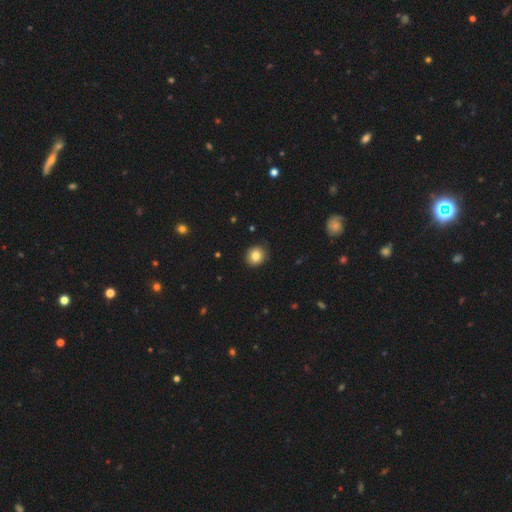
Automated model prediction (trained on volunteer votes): This is clearly a smooth galaxy (82%). How rounded: clearly round (85%). Merging: clearly none (89%).